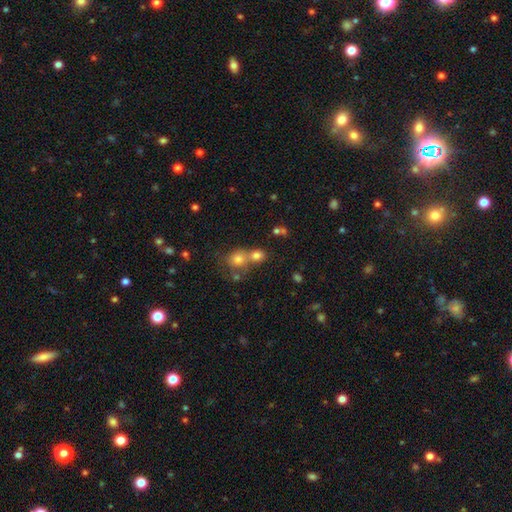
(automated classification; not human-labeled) A smooth galaxy with no disk features (70%) that is round (74%). Merging: merger (46%).